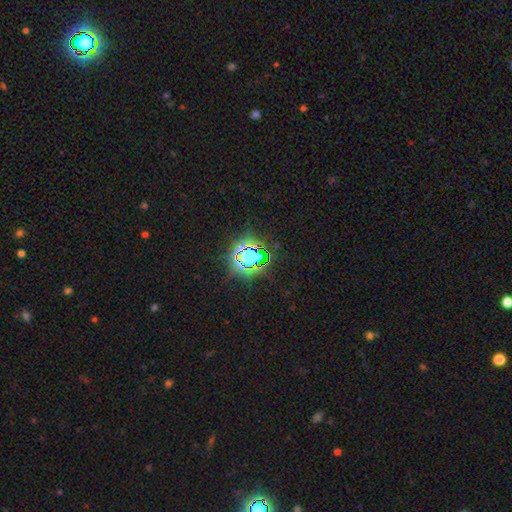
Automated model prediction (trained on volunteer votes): Smooth or featured? Predicted: star or artifact (p=0.74).